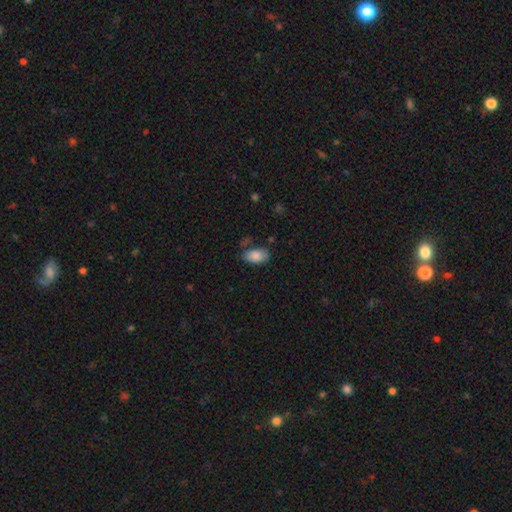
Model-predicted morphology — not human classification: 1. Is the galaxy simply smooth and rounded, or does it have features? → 87% smooth, 7% star or artifact, 6% featured or disk.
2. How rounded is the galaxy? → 93% in between, 5% round, 2% cigar-shaped.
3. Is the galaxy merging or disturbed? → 72% none, 19% minor disturbance, 5% major disturbance, 4% merger.